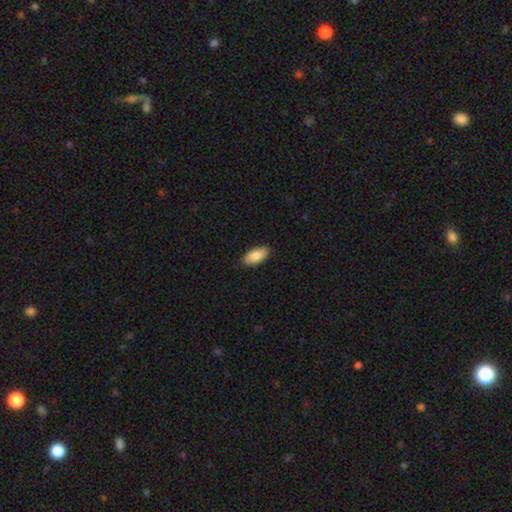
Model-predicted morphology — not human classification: Smooth or featured?
  - smooth: 87% *
  - featured or disk: 7%
  - star or artifact: 6%
How rounded?
  - in between: 92% *
  - cigar-shaped: 6%
  - round: 2%
Merging?
  - none: 84% *
  - minor disturbance: 13%
  - major disturbance: 2%
  - merger: 1%